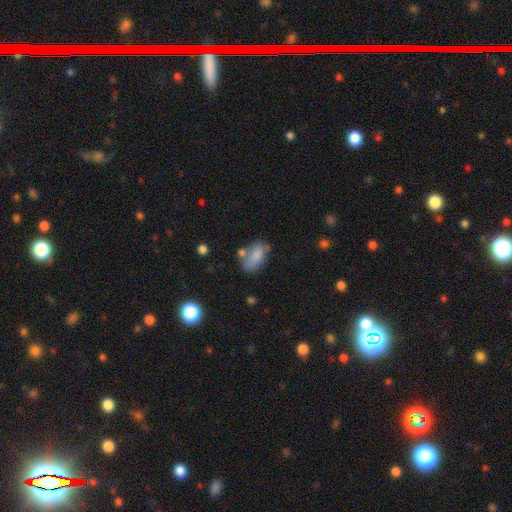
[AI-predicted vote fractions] This is likely a smooth galaxy (75%). How rounded: clearly in between (90%). Merging: possibly none (47%).